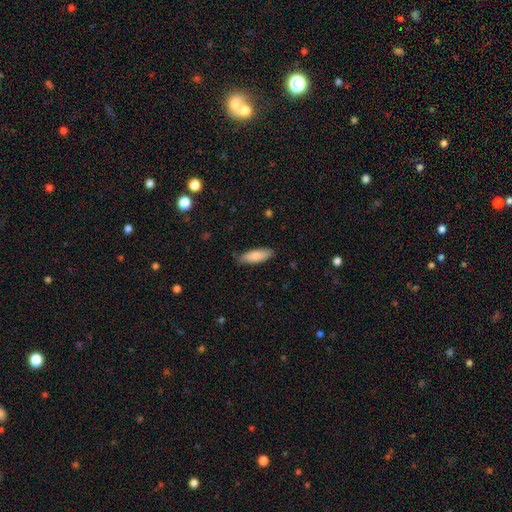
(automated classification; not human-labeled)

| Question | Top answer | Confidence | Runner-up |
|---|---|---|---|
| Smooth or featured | smooth | 84% | featured or disk (10%) |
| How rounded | in between | 58% | cigar-shaped (40%) |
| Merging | none | 83% | minor disturbance (14%) |